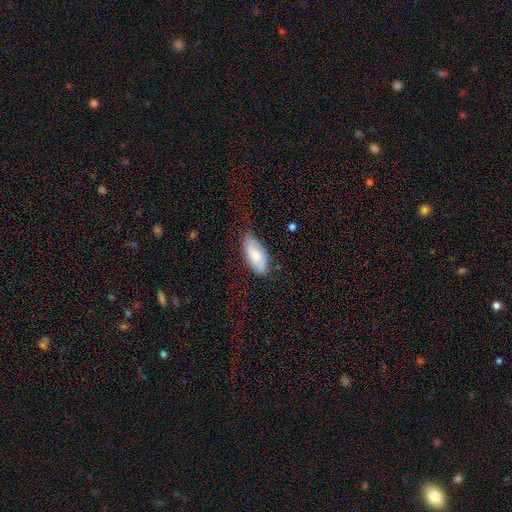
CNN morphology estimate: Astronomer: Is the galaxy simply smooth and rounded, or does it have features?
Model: smooth — 57% (runner-up: featured or disk, 37%).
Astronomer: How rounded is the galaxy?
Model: in between — 90%.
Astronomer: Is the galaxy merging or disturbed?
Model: none — 71%.